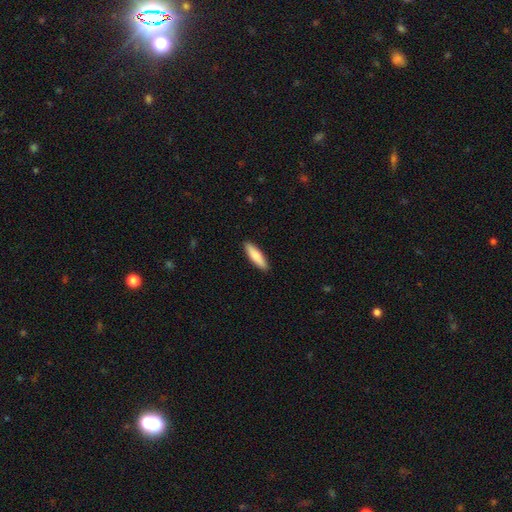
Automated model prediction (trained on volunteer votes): Smooth or featured? Predicted: smooth (p=0.81). How rounded? Predicted: cigar-shaped (p=0.65). Merging? Predicted: none (p=0.90).